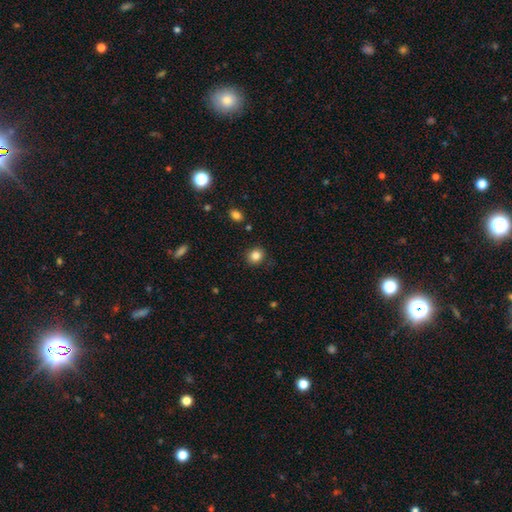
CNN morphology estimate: Smooth or featured? Predicted: smooth (p=0.84). How rounded? Predicted: round (p=0.78). Merging? Predicted: none (p=0.88).